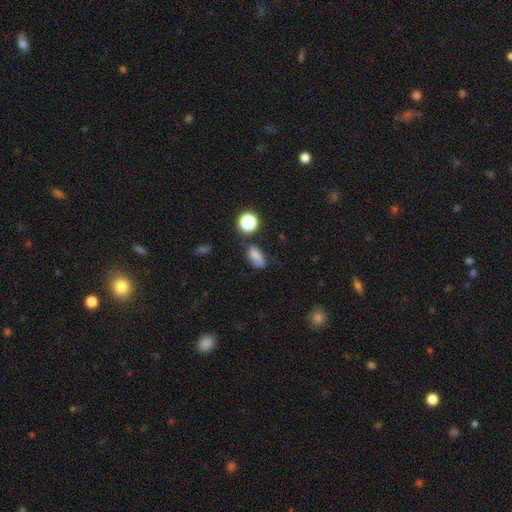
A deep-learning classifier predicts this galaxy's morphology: This is likely a smooth galaxy (74%). How rounded: clearly in between (84%). Merging: likely none (64%).